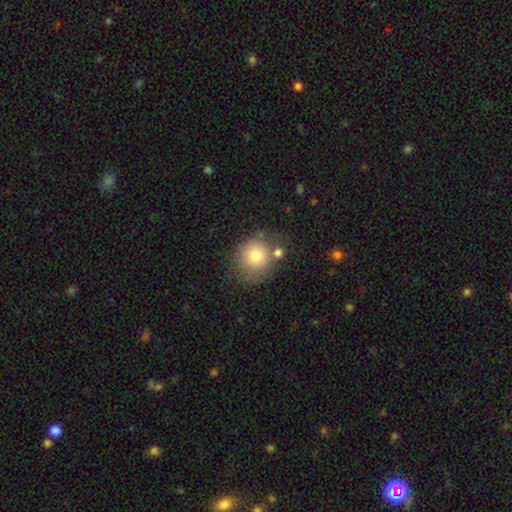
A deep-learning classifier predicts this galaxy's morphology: smooth_or_featured: smooth (p=0.75) [alt: featured or disk p=0.15]
how_rounded: round (p=0.83) [alt: in between p=0.16]
merging: none (p=0.55) [alt: minor disturbance p=0.19]